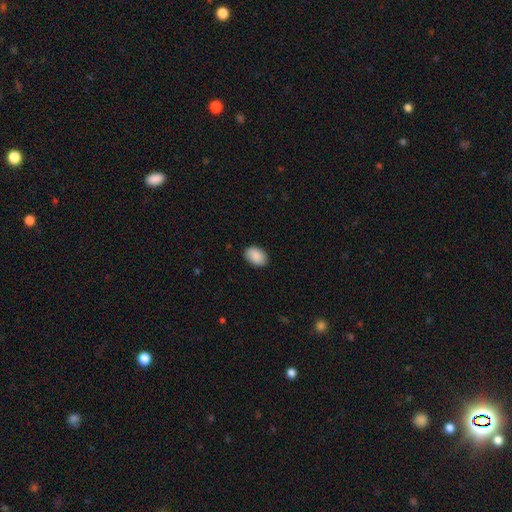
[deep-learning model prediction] smooth 90%, star or artifact 6%, featured or disk 4%. Down the decision tree: how rounded — in between (85%); merging — none (87%).